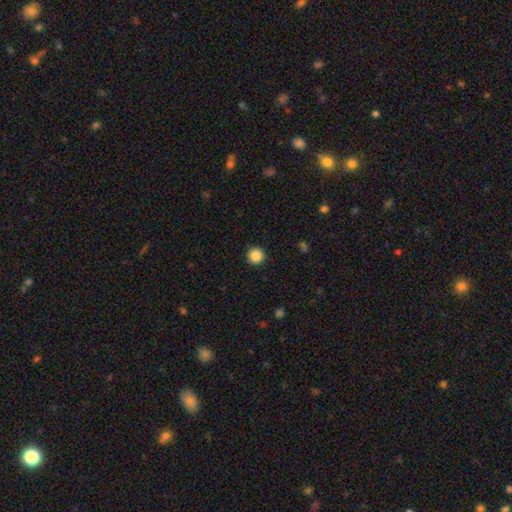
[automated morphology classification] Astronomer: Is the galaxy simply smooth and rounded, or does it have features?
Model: smooth — 88%.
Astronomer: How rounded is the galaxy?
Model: round — 96%.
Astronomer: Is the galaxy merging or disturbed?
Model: none — 93%.